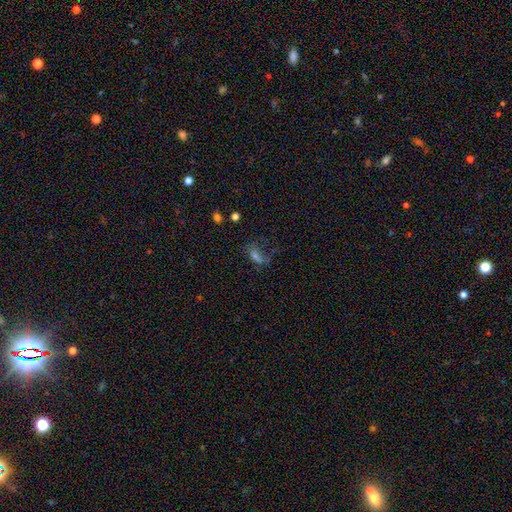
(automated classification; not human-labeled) Overall: smooth (44%; star or artifact 30%). Merging: none (42%; major disturbance 32%).